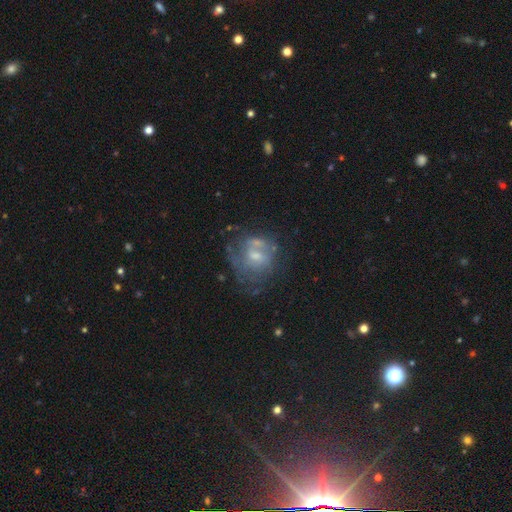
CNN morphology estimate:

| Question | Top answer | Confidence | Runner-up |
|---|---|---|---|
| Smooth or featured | featured or disk | 60% | smooth (25%) |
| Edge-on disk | no | 97% | yes (3%) |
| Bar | no | 60% | weak (33%) |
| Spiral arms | no | 53% | yes (47%) |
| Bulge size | small | 44% | moderate (42%) |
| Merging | none | 48% | major disturbance (21%) |